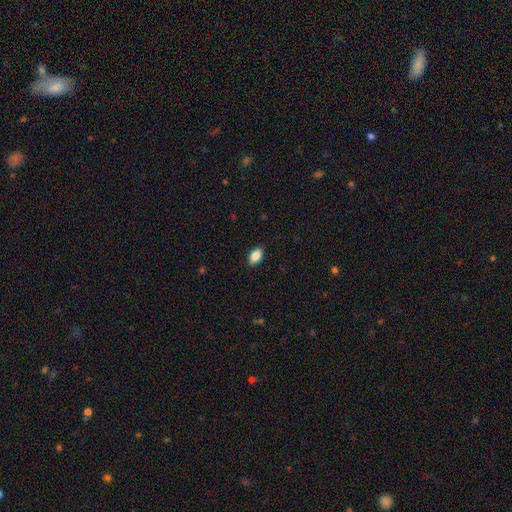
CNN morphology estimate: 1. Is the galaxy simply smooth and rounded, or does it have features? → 86% smooth, 7% star or artifact, 6% featured or disk.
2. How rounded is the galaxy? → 92% in between, 4% round, 4% cigar-shaped.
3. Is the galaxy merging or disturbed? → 89% none, 9% minor disturbance, 2% major disturbance, 1% merger.